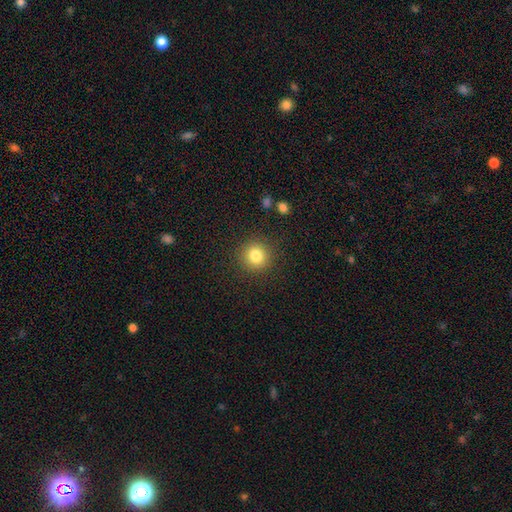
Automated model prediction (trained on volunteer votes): The model was most divided on "smooth or featured": smooth: 82%, star or artifact: 11%, featured or disk: 7%. More confident: how rounded — round (93%); merging — none (90%).